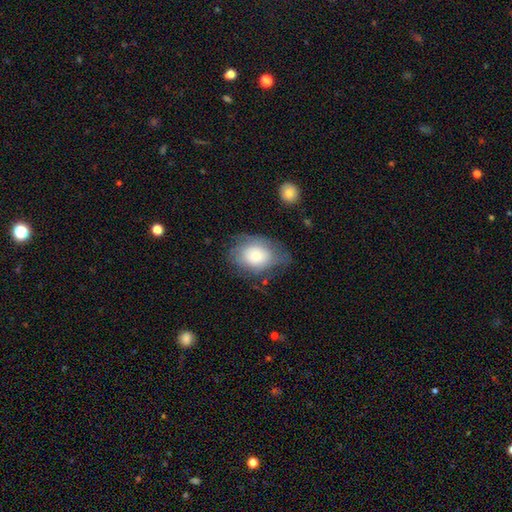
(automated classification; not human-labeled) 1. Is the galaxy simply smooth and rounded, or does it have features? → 66% smooth, 26% featured or disk, 8% star or artifact.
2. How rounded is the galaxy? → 67% in between, 31% round, 1% cigar-shaped.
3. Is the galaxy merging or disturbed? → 52% none, 29% minor disturbance, 17% major disturbance, 3% merger.